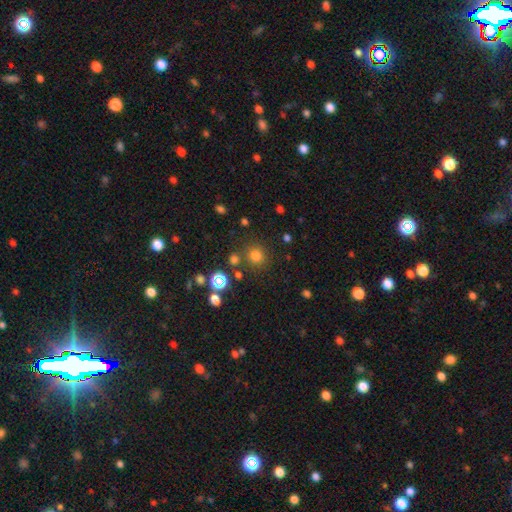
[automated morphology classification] A smooth galaxy with no disk features (74%) that is round (92%). Merging: none (81%).